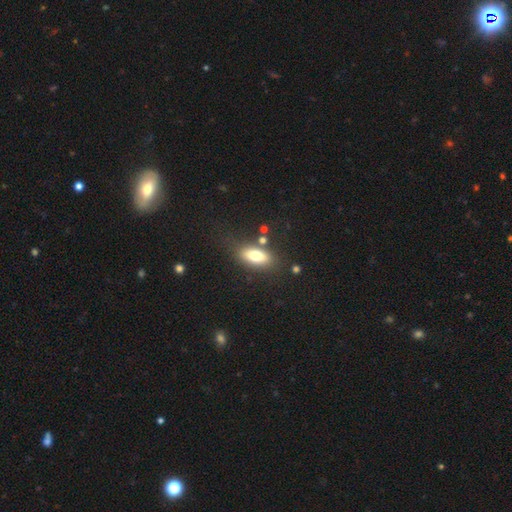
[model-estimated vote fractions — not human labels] Q: Smooth or featured?
A: smooth (76%); runner-up: featured or disk (16%)
Q: How rounded?
A: in between (84%); runner-up: cigar-shaped (12%)
Q: Merging?
A: none (75%); runner-up: minor disturbance (14%)